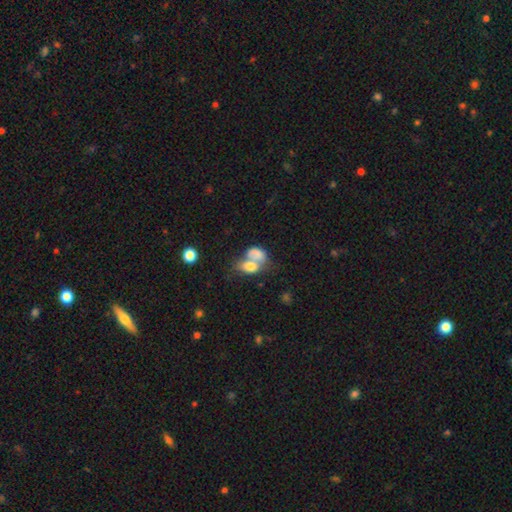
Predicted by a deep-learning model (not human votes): Overall: smooth (68%). How rounded: in between (77%). Merging: merger (68%).